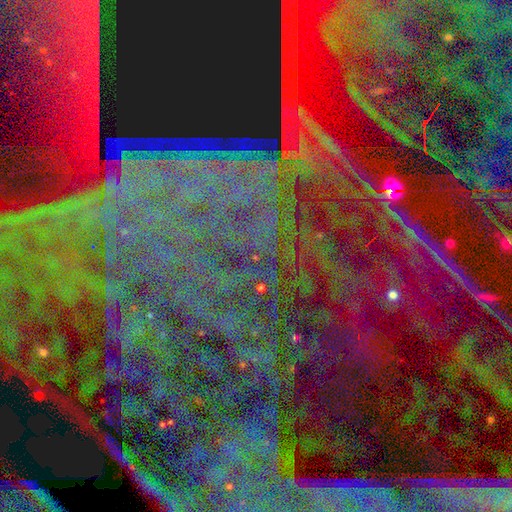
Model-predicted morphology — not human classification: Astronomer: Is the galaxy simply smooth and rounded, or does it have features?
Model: star or artifact — 88%.